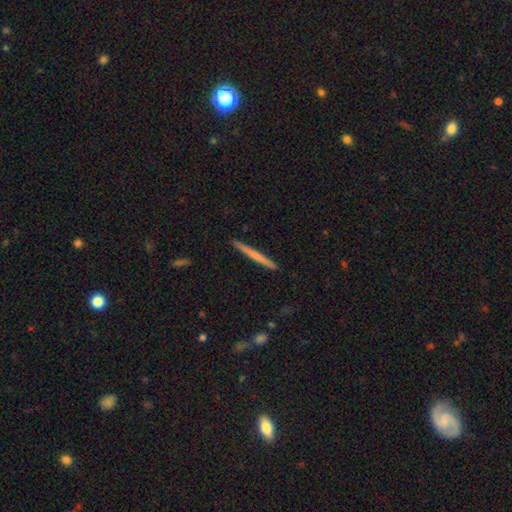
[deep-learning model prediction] Smooth or featured: smooth — 54% (featured or disk — 40%)
How rounded: cigar-shaped — 97% (in between — 2%)
Merging: none — 92% (minor disturbance — 6%)